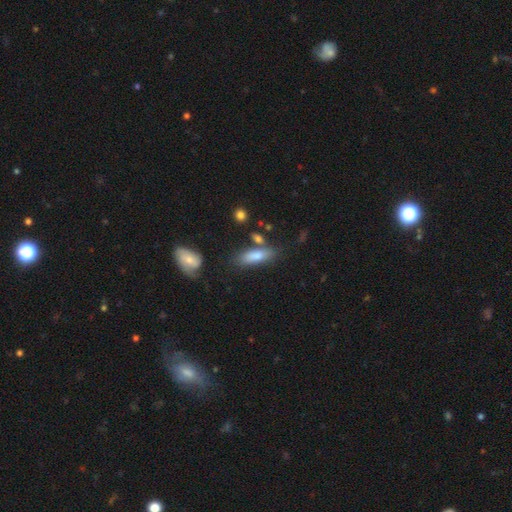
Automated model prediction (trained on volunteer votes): Q: Smooth or featured?
A: smooth (79%); runner-up: featured or disk (14%)
Q: How rounded?
A: in between (59%); runner-up: cigar-shaped (38%)
Q: Merging?
A: none (64%); runner-up: minor disturbance (18%)